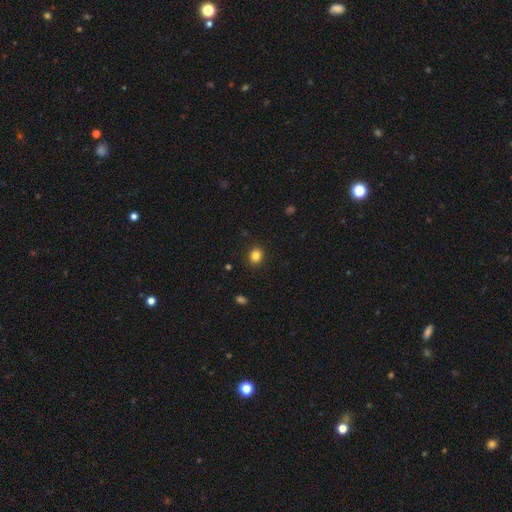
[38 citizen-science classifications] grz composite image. It shows a smooth galaxy with no disk features (92%) that is round (66%). Merging: none (97%).